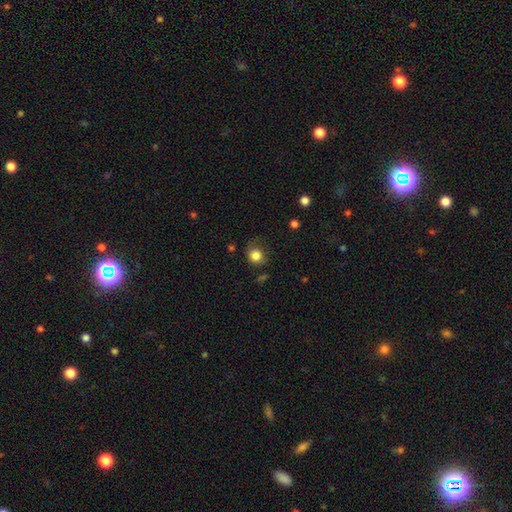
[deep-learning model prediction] This appears to be a smooth galaxy with no disk features (83%) that is round (78%). Merging: none (64%).